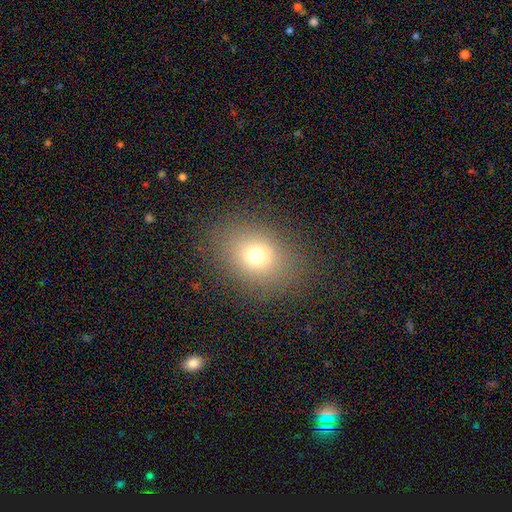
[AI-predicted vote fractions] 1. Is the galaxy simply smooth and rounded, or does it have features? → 71% smooth, 17% star or artifact, 13% featured or disk.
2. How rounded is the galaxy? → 54% in between, 45% round, 1% cigar-shaped.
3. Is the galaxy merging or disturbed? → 83% none, 10% minor disturbance, 5% major disturbance, 1% merger.